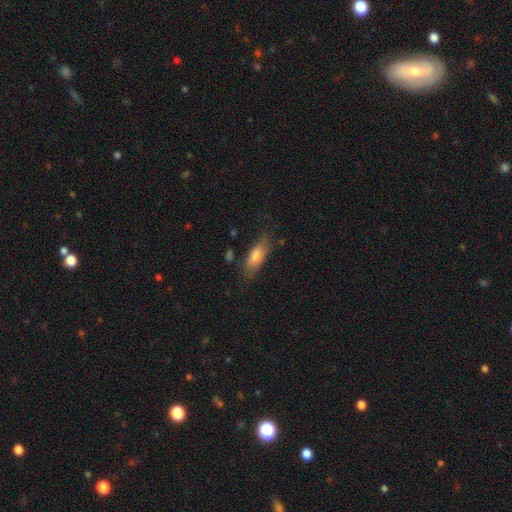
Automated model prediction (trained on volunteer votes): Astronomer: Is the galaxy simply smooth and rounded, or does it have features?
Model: smooth — 75%.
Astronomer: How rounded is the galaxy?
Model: in between — 70%.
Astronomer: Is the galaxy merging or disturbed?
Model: none — 69%.